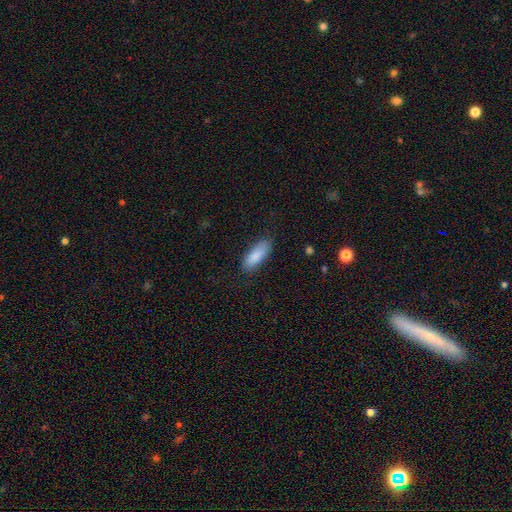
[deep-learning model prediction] Q: Smooth or featured?
A: smooth (87%); runner-up: featured or disk (7%)
Q: How rounded?
A: in between (74%); runner-up: cigar-shaped (24%)
Q: Merging?
A: none (82%); runner-up: minor disturbance (14%)